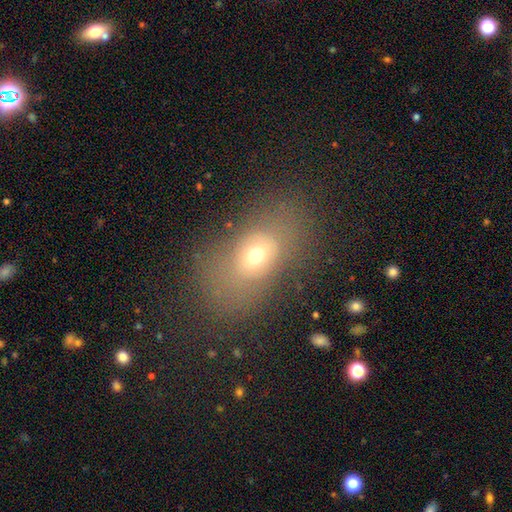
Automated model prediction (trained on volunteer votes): Smooth or featured?
  - smooth: 61% *
  - featured or disk: 23%
  - star or artifact: 16%
How rounded?
  - in between: 77% *
  - round: 21%
  - cigar-shaped: 3%
Merging?
  - none: 65% *
  - minor disturbance: 18%
  - major disturbance: 14%
  - merger: 3%